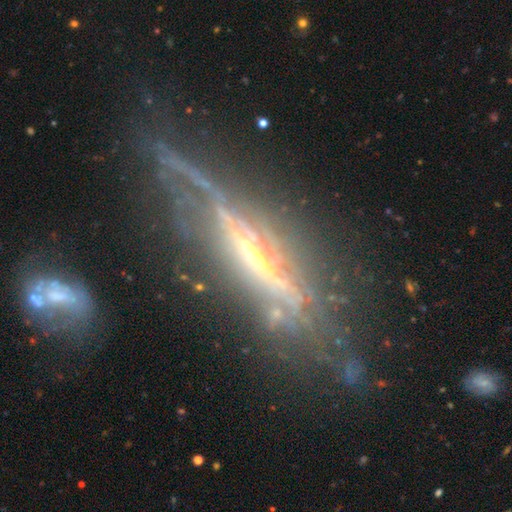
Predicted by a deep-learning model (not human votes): This is likely a featured or disk galaxy (78%). It is likely viewed edge-on (70%). Edge-on bulge: possibly rounded (49%). Merging: possibly none (51%).